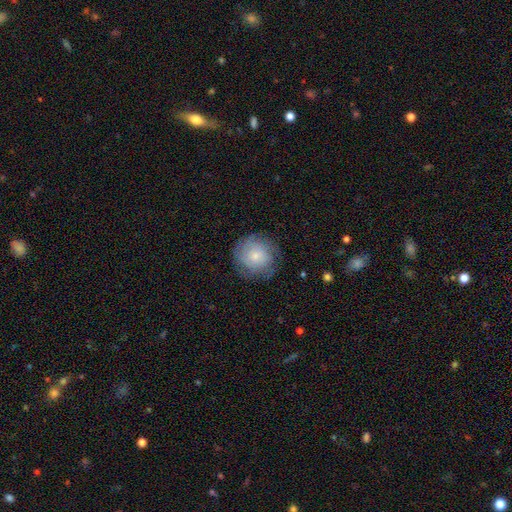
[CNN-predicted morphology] smooth 53%, featured or disk 38%, star or artifact 9%. Down the decision tree: how rounded — round (92%); merging — none (78%).